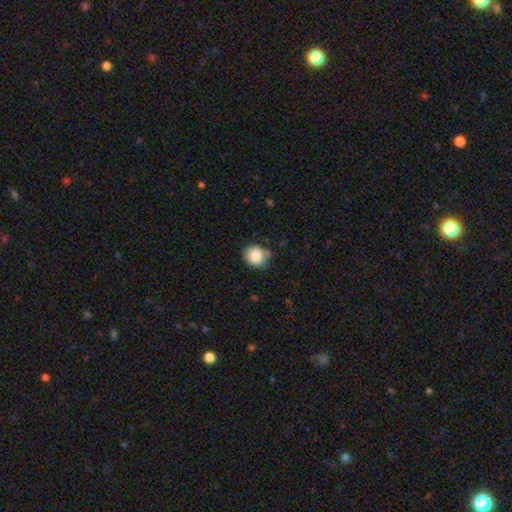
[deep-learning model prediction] smooth-or-featured: smooth: 86% | star or artifact: 9% | featured or disk: 6%
  how-rounded: round: 82% | in between: 17% | cigar-shaped: 1%
  merging: none: 73% | minor disturbance: 19% | major disturbance: 4% | merger: 4%